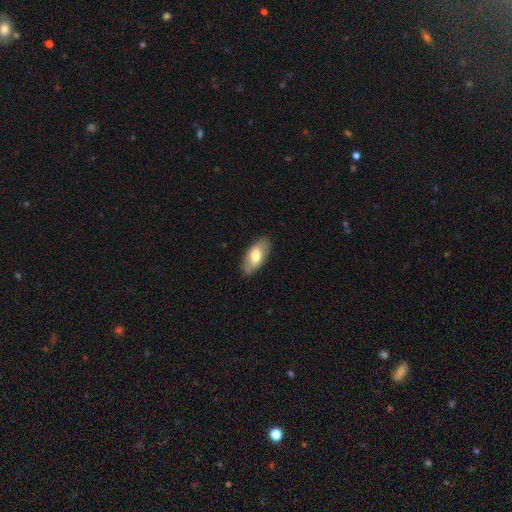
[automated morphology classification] smooth_or_featured: smooth (p=0.68) [alt: featured or disk p=0.26]
how_rounded: in between (p=0.91) [alt: cigar-shaped p=0.06]
merging: none (p=0.85) [alt: minor disturbance p=0.11]